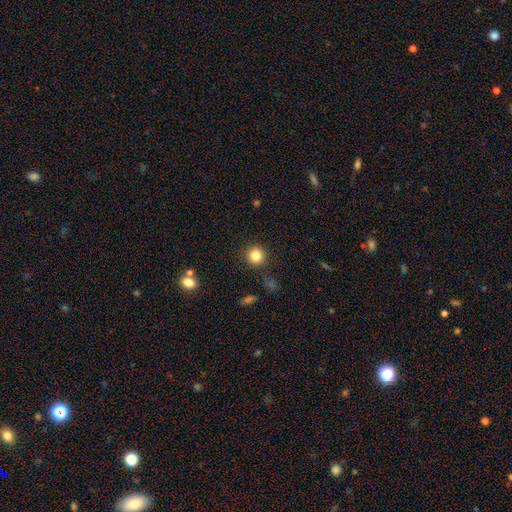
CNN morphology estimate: Smooth or featured: smooth — 84% (star or artifact — 11%)
How rounded: round — 93% (in between — 6%)
Merging: none — 89% (minor disturbance — 6%)